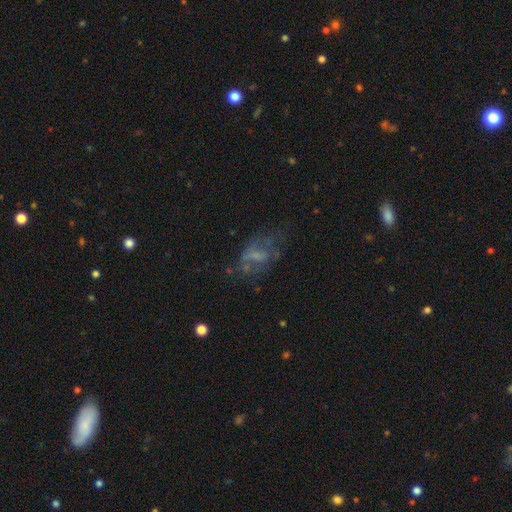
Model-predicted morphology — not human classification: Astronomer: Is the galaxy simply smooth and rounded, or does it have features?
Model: featured or disk — 50% (runner-up: smooth, 34%).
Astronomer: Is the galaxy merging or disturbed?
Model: none — 37% (runner-up: major disturbance, 36%).